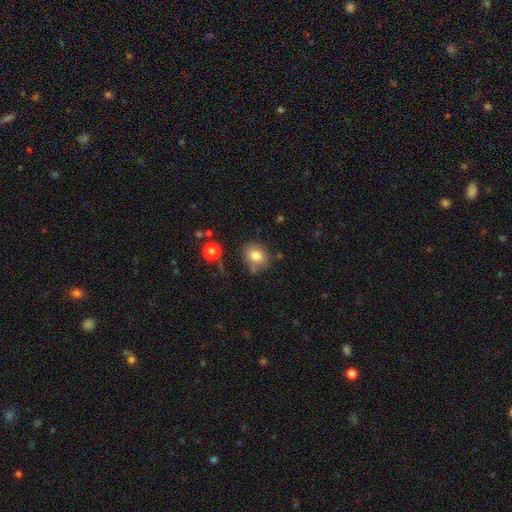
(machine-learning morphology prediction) Overall: smooth (79%). How rounded: round (71%). Merging: none (70%).